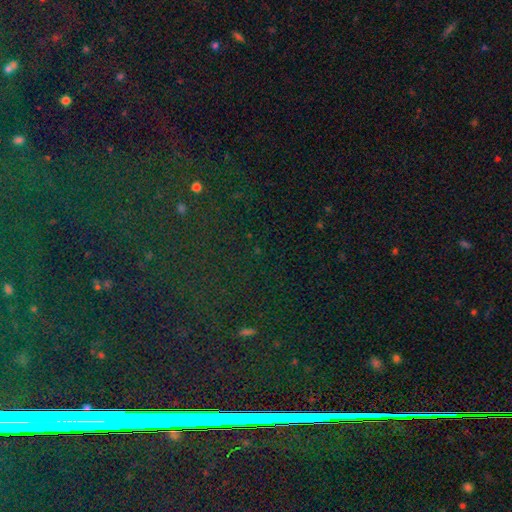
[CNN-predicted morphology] Smooth or featured? star or artifact (80%)